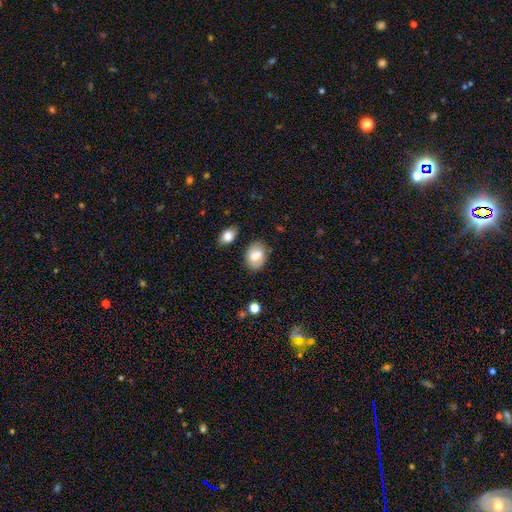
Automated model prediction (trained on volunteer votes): A smooth galaxy with no disk features (78%) that is in between round and cigar-shaped (78%).

Vote fractions:
- Smooth or featured? smooth: 78% / featured or disk: 14% / star or artifact: 8%
- How rounded? in between: 78% / round: 21% / cigar-shaped: 1%
- Merging? none: 74% / minor disturbance: 17% / merger: 5% / major disturbance: 4%